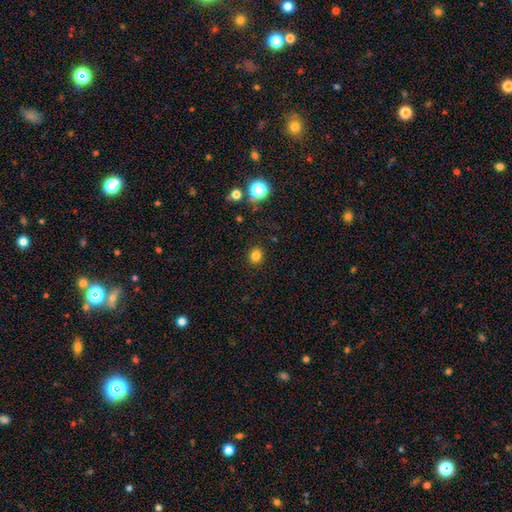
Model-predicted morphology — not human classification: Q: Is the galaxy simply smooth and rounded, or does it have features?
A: smooth — 81%.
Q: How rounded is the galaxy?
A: round — 81%.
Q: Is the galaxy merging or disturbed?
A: none — 90%.